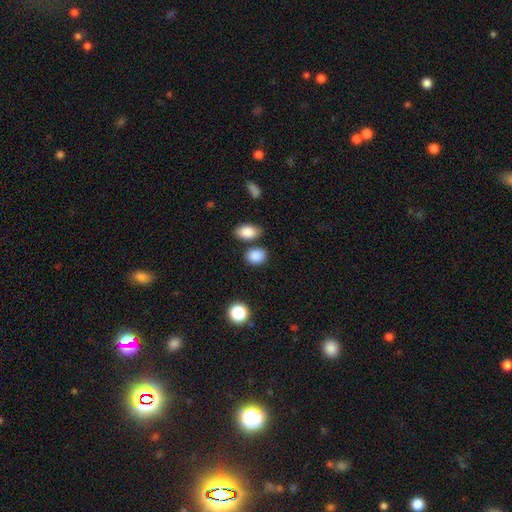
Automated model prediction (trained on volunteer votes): Smooth or featured? smooth (87%)
How rounded? in between (64%)
Merging? none (72%)